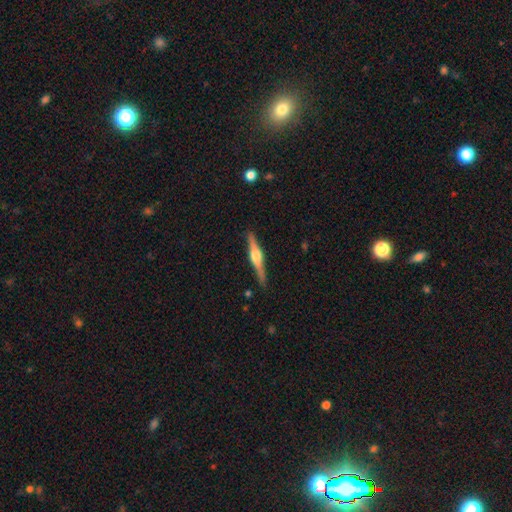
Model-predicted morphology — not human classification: smooth_or_featured: featured or disk (p=0.77) [alt: smooth p=0.18]
disk_edge_on: yes (p=0.98) [alt: no p=0.02]
edge_on_bulge: rounded (p=0.90) [alt: boxy p=0.08]
merging: none (p=0.88) [alt: minor disturbance p=0.09]